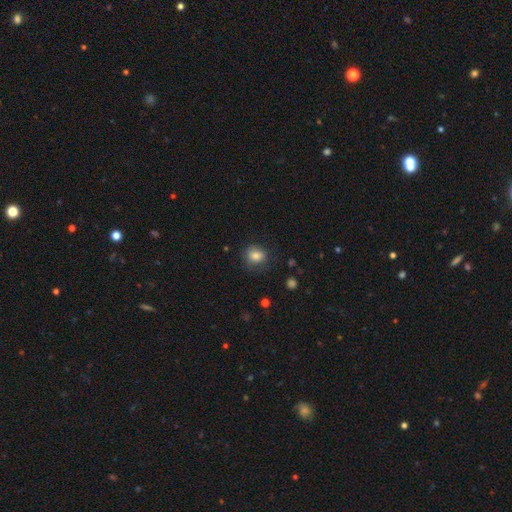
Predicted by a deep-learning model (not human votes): Overall: smooth (78%). How rounded: round (71%). Merging: none (74%).